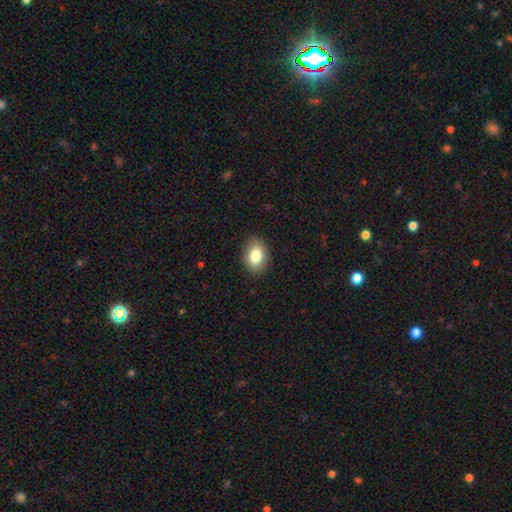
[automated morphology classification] Smooth or featured?
  - smooth: 82% *
  - featured or disk: 9%
  - star or artifact: 8%
How rounded?
  - in between: 75% *
  - round: 24%
  - cigar-shaped: 1%
Merging?
  - none: 89% *
  - minor disturbance: 8%
  - major disturbance: 2%
  - merger: 1%